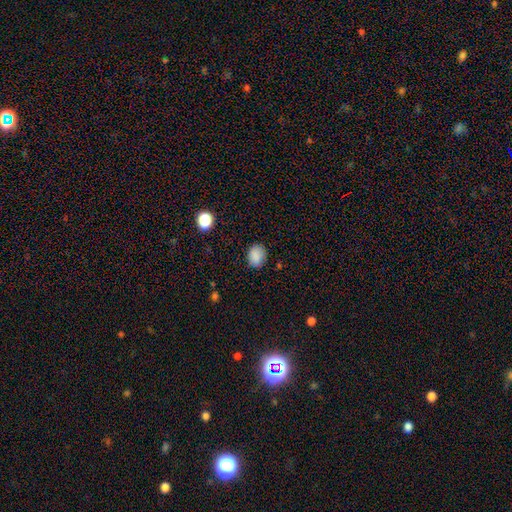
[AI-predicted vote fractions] Smooth or featured?
  - smooth: 86% *
  - star or artifact: 10%
  - featured or disk: 5%
How rounded?
  - in between: 54% *
  - round: 46%
  - cigar-shaped: 1%
Merging?
  - none: 79% *
  - minor disturbance: 16%
  - major disturbance: 4%
  - merger: 1%